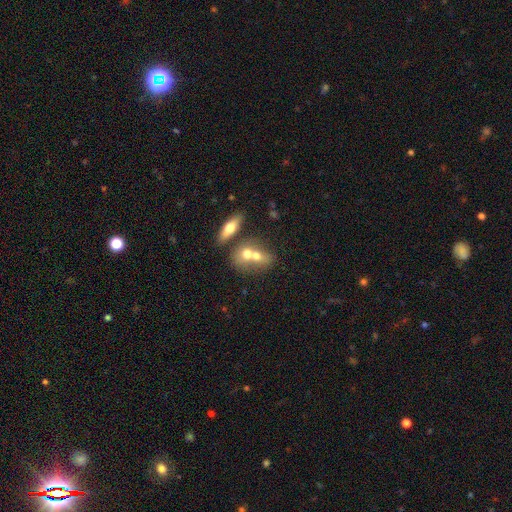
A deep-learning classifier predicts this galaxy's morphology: type=smooth (62%); roundness=in between (59%); merging=merger (65%).